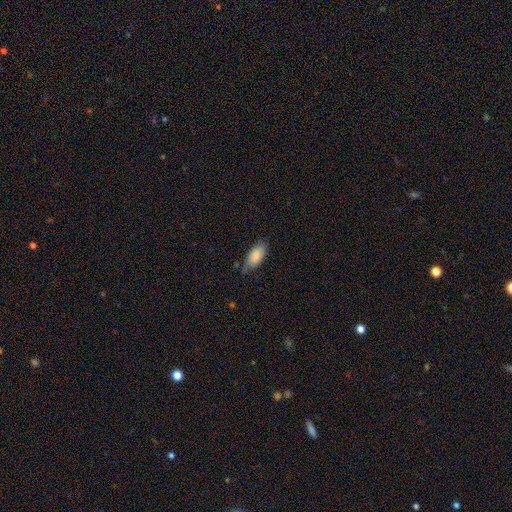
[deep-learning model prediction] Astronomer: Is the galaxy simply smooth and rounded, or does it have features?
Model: smooth — 84%.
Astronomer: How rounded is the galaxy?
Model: in between — 89%.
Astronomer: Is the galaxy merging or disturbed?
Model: none — 62%.